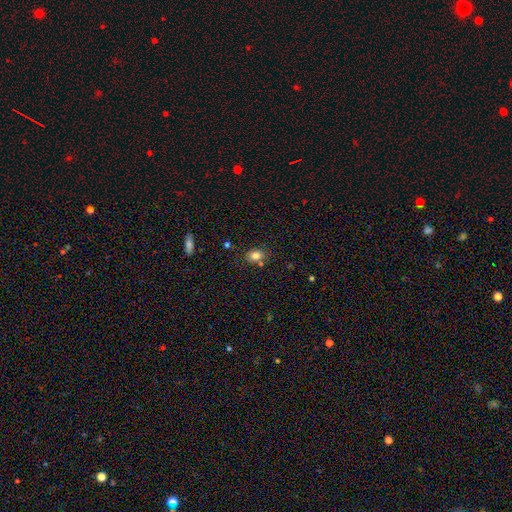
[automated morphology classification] type=smooth (80%); roundness=in between (59%); merging=none (70%).